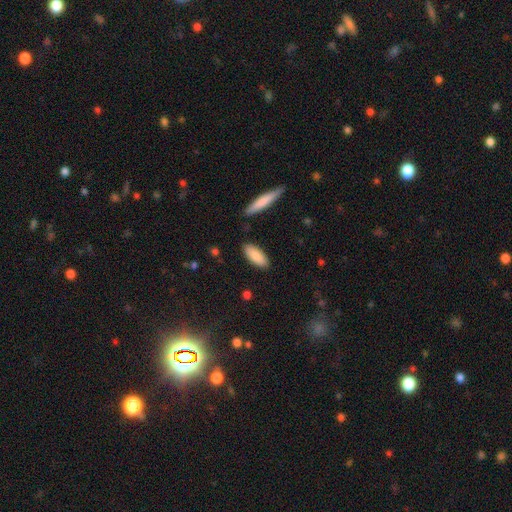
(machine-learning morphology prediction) Overall: smooth (87%). How rounded: in between (74%). Merging: none (87%).